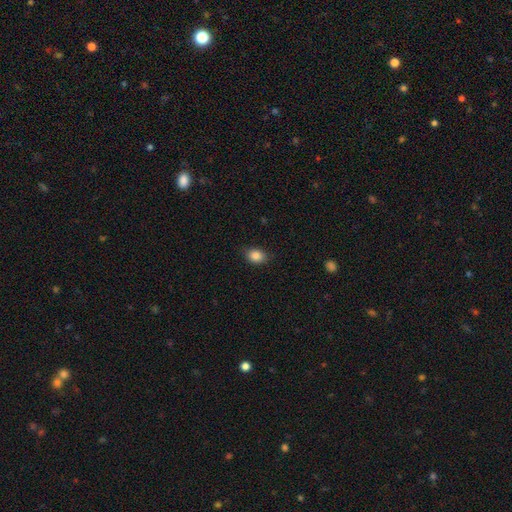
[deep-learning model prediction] Q: Smooth or featured?
A: smooth (86%); runner-up: star or artifact (9%)
Q: How rounded?
A: in between (68%); runner-up: round (31%)
Q: Merging?
A: none (84%); runner-up: minor disturbance (12%)